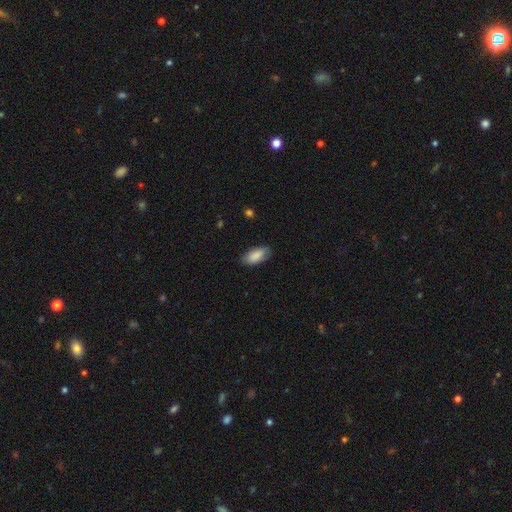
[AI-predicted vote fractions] Q: Smooth or featured?
A: smooth (86%); runner-up: featured or disk (8%)
Q: How rounded?
A: in between (91%); runner-up: cigar-shaped (7%)
Q: Merging?
A: none (82%); runner-up: minor disturbance (14%)